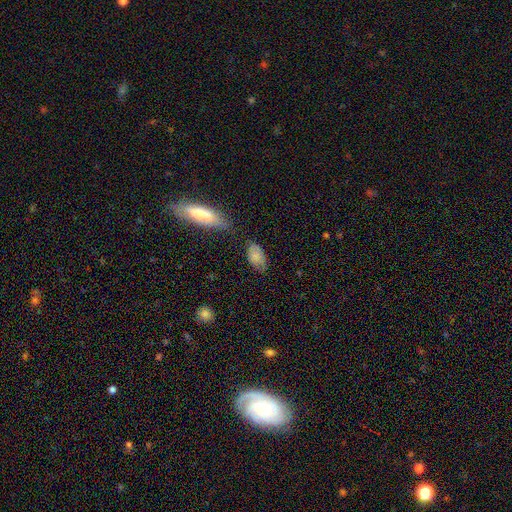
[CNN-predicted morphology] This appears to be a smooth galaxy with no disk features (77%) that is in between round and cigar-shaped (92%). Merging: none (61%).